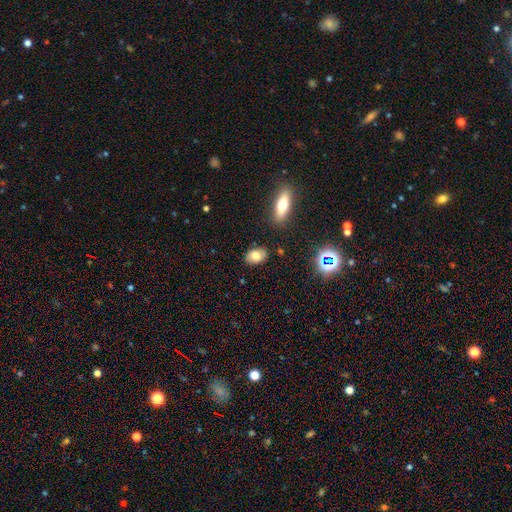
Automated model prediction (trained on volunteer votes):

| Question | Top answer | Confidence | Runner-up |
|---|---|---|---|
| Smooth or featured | smooth | 77% | featured or disk (13%) |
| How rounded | in between | 84% | round (14%) |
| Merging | none | 85% | minor disturbance (11%) |